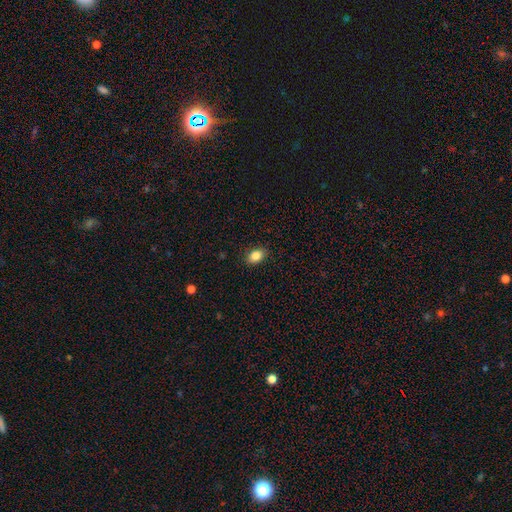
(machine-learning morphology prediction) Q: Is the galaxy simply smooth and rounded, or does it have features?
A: smooth — 85%.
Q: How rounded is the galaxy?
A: in between — 77%.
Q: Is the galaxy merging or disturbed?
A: none — 89%.